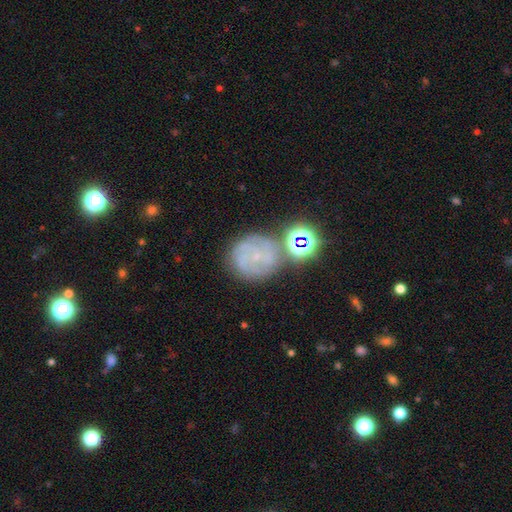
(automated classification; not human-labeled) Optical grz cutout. It shows a featured or disk galaxy (50%). Merging: none (65%).